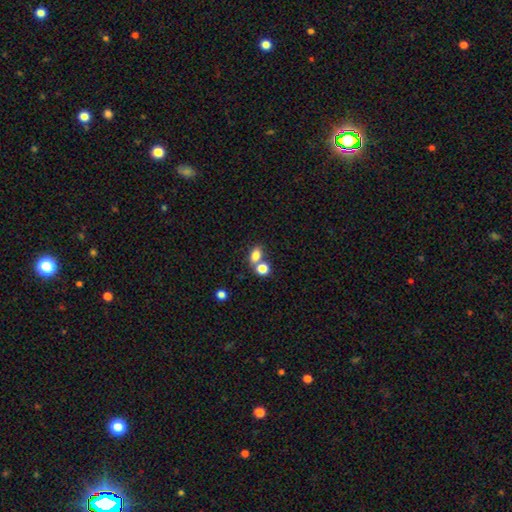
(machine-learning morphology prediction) A smooth galaxy with no disk features (80%) that is in between round and cigar-shaped (73%). Merging: none (47%).